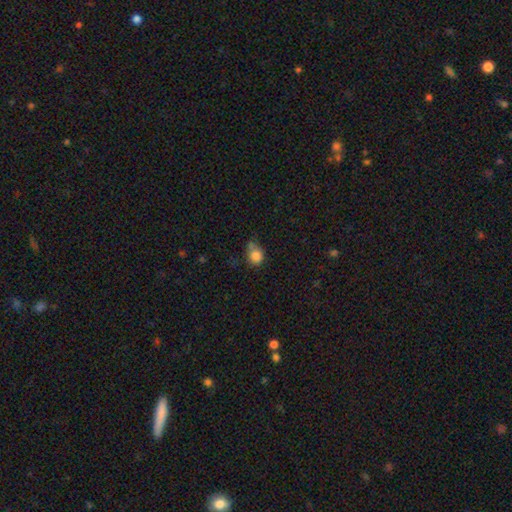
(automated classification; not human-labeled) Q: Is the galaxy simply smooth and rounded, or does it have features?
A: smooth — 82%.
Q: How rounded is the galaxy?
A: round — 72%.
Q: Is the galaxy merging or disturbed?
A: none — 46%.